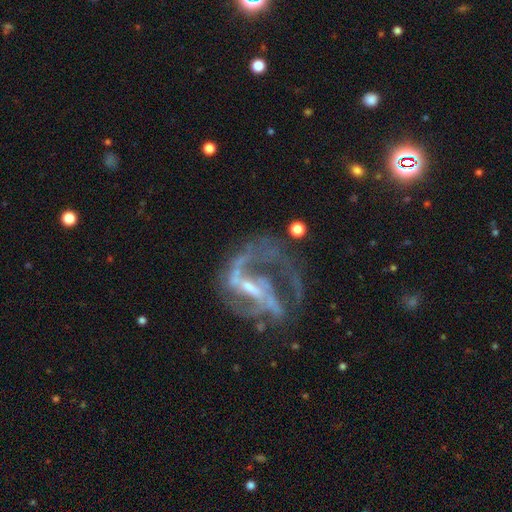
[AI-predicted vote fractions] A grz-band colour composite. It shows a featured or disk galaxy (85%) with a weak bar (41%), 2 (55%) medium (43%) spiral arms (90%) and a small central bulge (61%). Merging: none (41%).